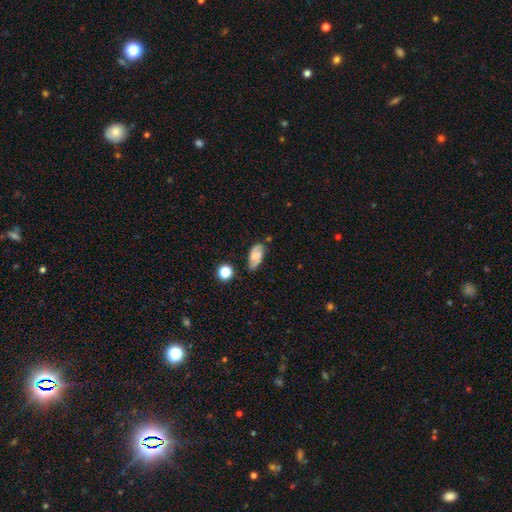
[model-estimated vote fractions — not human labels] Smooth or featured?
  - featured or disk: 58% *
  - smooth: 33%
  - star or artifact: 10%
Edge-on disk?
  - no: 95% *
  - yes: 5%
Bar?
  - no: 46% *
  - weak: 42%
  - strong: 12%
Spiral arms?
  - yes: 91% *
  - no: 9%
Bulge size?
  - small: 33% * (tied)
  - none: 33% * (tied)
  - moderate: 24%
  - large: 8%
  - dominant: 2%
Merging?
  - none: 71% *
  - minor disturbance: 20%
  - major disturbance: 5%
  - merger: 4%